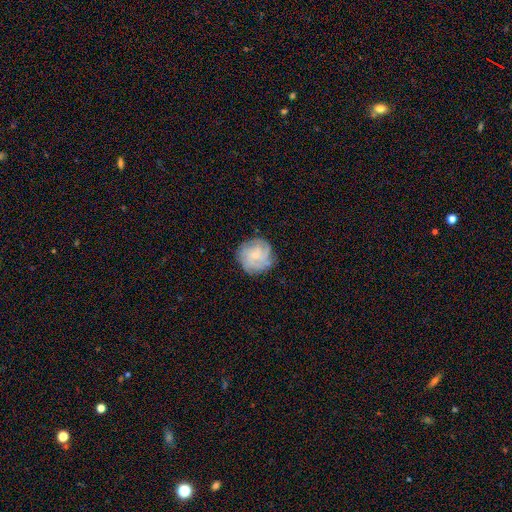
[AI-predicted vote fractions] Q: Smooth or featured?
A: featured or disk (61%); runner-up: smooth (31%)
Q: Edge-on disk?
A: no (98%); runner-up: yes (2%)
Q: Bar?
A: no (73%); runner-up: weak (24%)
Q: Spiral arms?
A: yes (89%); runner-up: no (11%)
Q: Spiral winding?
A: tight (59%); runner-up: medium (30%)
Q: Spiral arm count?
A: can't tell (39%); runner-up: 4 (20%)
Q: Bulge size?
A: small (62%); runner-up: moderate (21%)
Q: Merging?
A: none (77%); runner-up: minor disturbance (16%)